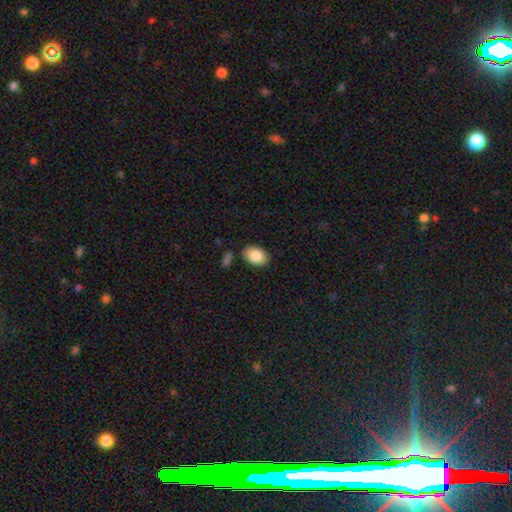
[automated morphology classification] Smooth or featured? smooth (85%)
How rounded? in between (85%)
Merging? none (84%)